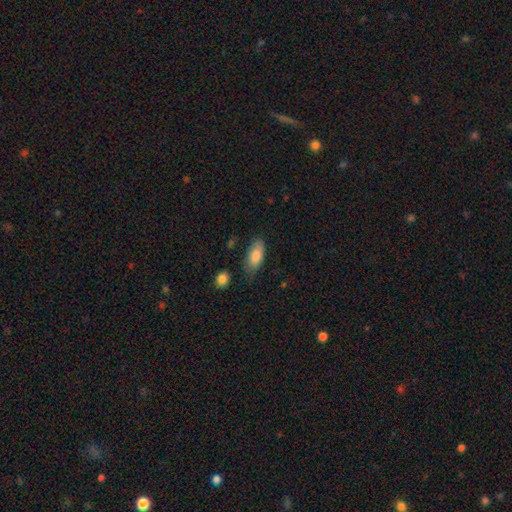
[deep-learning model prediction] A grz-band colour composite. It shows a smooth galaxy with no disk features (84%) that is in between round and cigar-shaped (89%). Merging: none (68%).